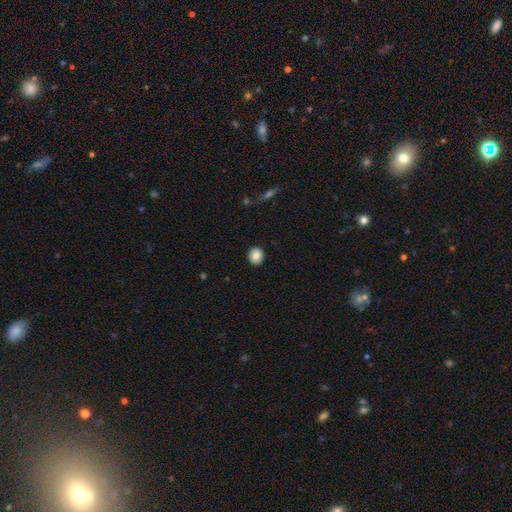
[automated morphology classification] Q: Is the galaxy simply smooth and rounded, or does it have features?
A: smooth — 86%.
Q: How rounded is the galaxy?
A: round — 81%.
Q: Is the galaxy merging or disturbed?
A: none — 91%.